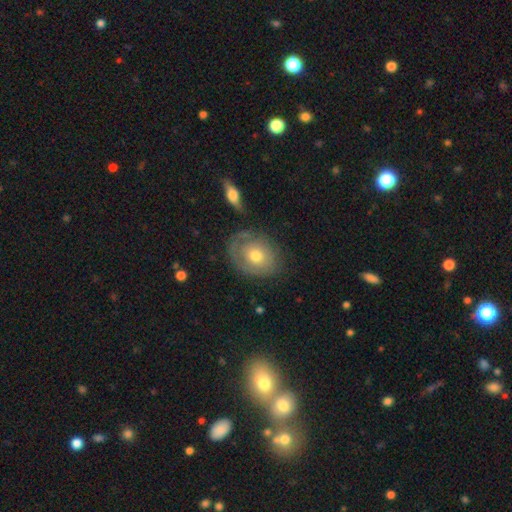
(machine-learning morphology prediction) The model was most divided on "smooth or featured": featured or disk: 47%, smooth: 46%, star or artifact: 7%. More confident: merging — none (67%).